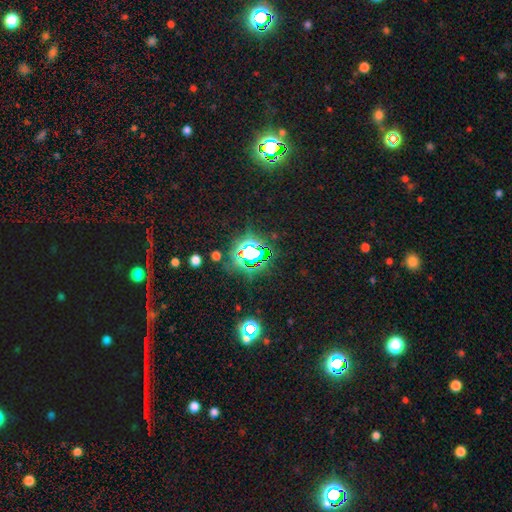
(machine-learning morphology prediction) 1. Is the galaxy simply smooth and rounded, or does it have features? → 80% star or artifact, 12% smooth, 8% featured or disk.